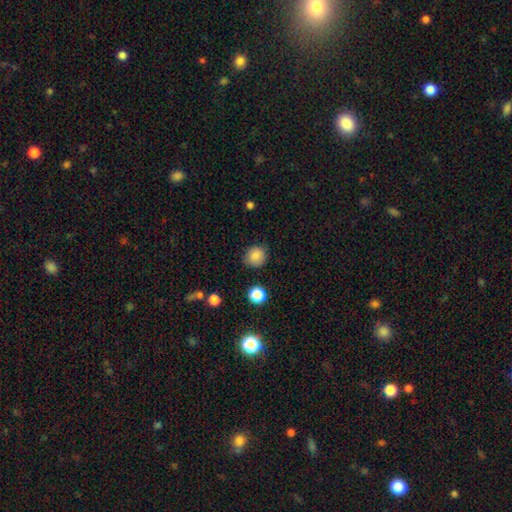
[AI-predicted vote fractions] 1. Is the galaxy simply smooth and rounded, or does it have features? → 85% smooth, 10% star or artifact, 4% featured or disk.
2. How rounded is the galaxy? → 86% round, 14% in between, 1% cigar-shaped.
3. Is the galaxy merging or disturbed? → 83% none, 12% minor disturbance, 3% major disturbance, 2% merger.